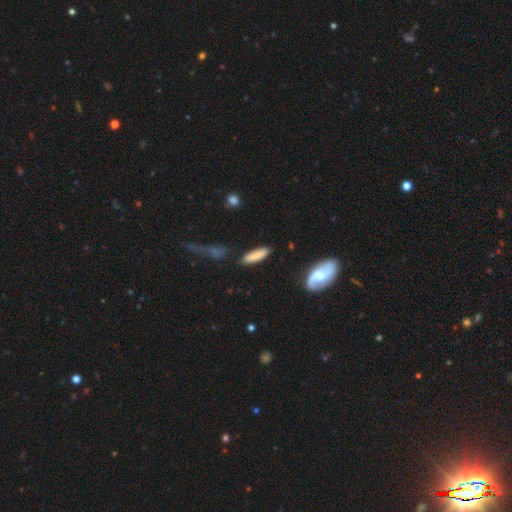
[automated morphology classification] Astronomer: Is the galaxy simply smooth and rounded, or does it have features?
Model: smooth — 79%.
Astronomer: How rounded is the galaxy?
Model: cigar-shaped — 63%.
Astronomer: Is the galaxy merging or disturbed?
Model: none — 82%.